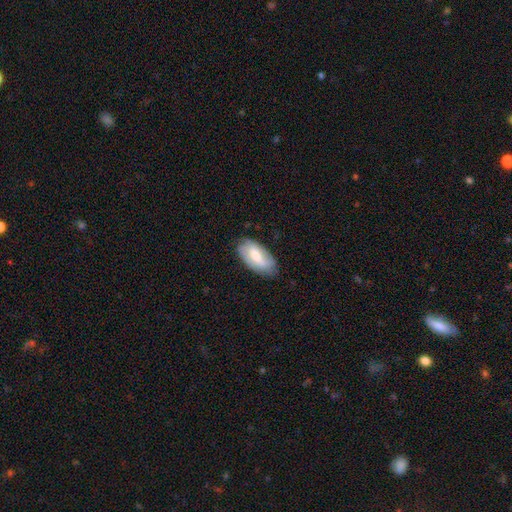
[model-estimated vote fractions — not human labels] Smooth or featured? smooth (55%)
How rounded? in between (93%)
Merging? none (75%)